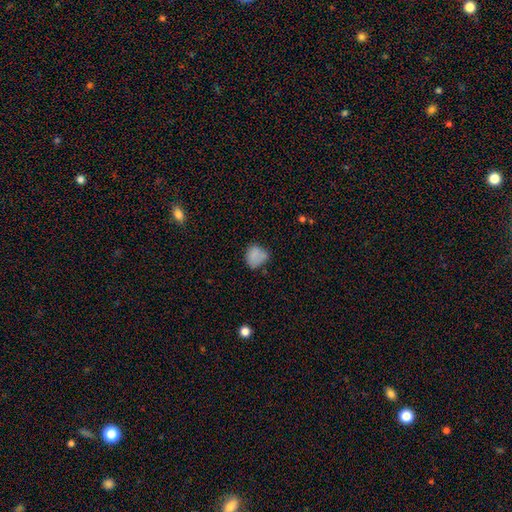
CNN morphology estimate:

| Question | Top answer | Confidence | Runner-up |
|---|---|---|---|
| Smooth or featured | smooth | 78% | star or artifact (11%) |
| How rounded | round | 63% | in between (36%) |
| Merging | none | 52% | minor disturbance (32%) |